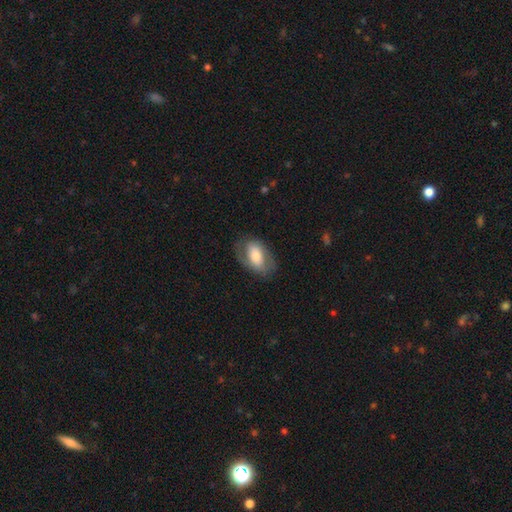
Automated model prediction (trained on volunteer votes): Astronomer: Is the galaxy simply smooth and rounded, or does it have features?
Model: smooth — 53% (runner-up: featured or disk, 41%).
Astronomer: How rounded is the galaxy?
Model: in between — 89%.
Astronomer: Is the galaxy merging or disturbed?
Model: none — 72%.